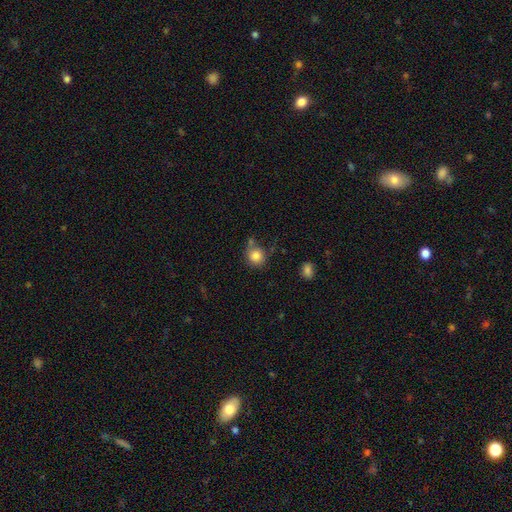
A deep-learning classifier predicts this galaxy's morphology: Overall: smooth (83%). How rounded: round (87%). Merging: none (64%).